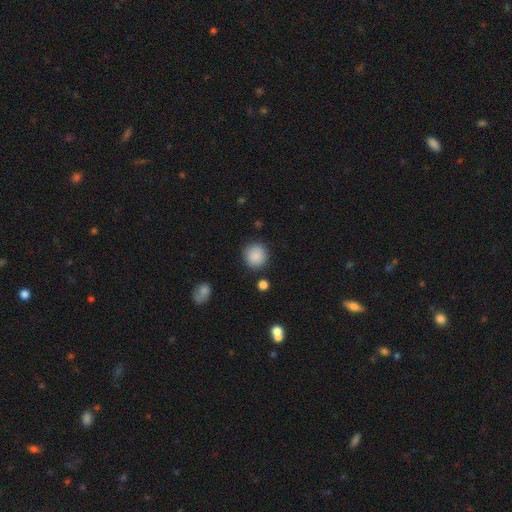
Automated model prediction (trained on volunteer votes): Smooth or featured?
  - smooth: 88% *
  - star or artifact: 8%
  - featured or disk: 4%
How rounded?
  - round: 90% *
  - in between: 9%
  - cigar-shaped: 1%
Merging?
  - none: 87% *
  - minor disturbance: 8%
  - major disturbance: 3%
  - merger: 2%